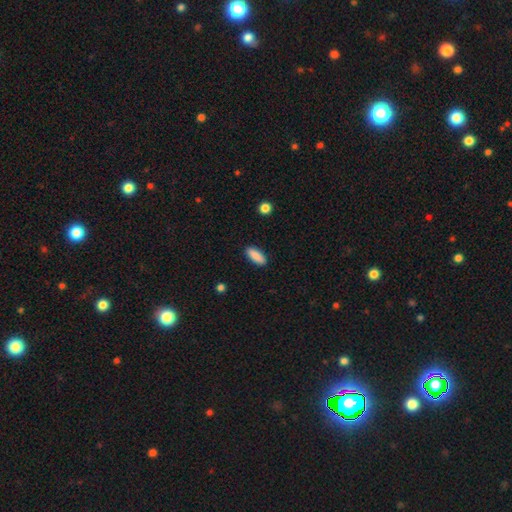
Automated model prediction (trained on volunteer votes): Smooth or featured? smooth (89%)
How rounded? in between (67%)
Merging? none (89%)